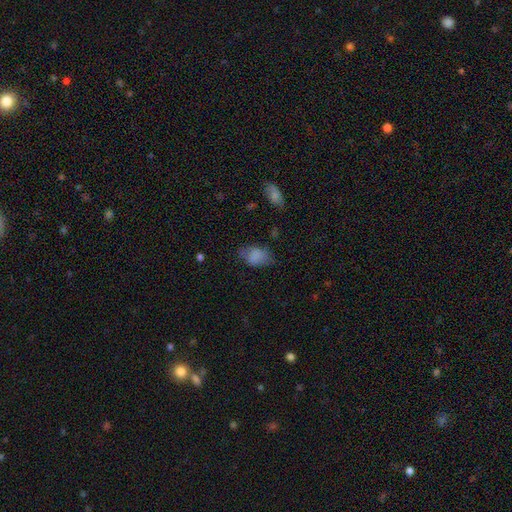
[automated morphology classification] smooth-or-featured: smooth: 78% | featured or disk: 11% | star or artifact: 10%
  how-rounded: in between: 83% | round: 15% | cigar-shaped: 1%
  merging: none: 61% | minor disturbance: 27% | major disturbance: 10% | merger: 2%